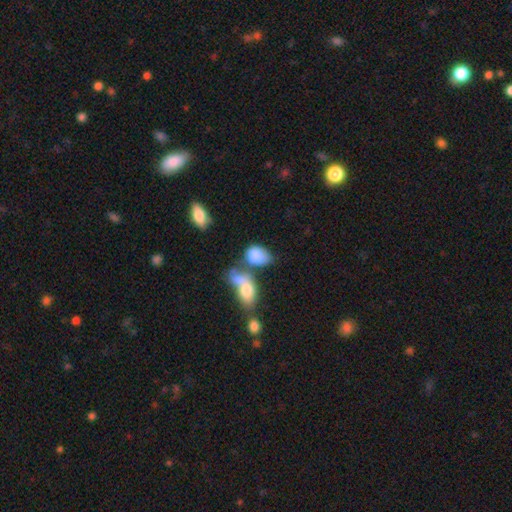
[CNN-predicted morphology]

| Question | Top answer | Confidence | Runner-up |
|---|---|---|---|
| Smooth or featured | smooth | 78% | featured or disk (13%) |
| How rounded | in between | 82% | round (16%) |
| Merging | merger | 43% | none (26%) |